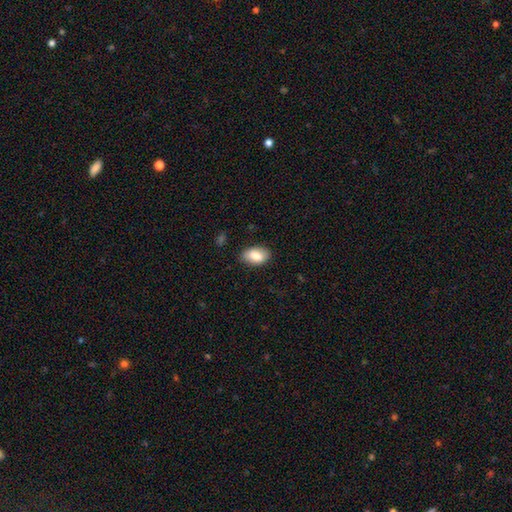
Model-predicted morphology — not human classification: smooth-or-featured: smooth: 84% | featured or disk: 9% | star or artifact: 7%
  how-rounded: in between: 92% | round: 6% | cigar-shaped: 2%
  merging: none: 83% | minor disturbance: 13% | major disturbance: 3% | merger: 1%